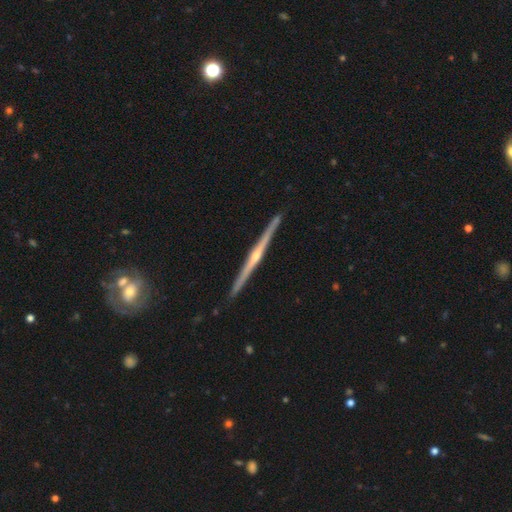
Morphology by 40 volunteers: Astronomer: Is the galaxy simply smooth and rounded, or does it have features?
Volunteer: featured or disk — 90%.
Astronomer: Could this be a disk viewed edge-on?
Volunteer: yes — 100%.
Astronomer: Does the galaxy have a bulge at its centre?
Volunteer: rounded — 92%.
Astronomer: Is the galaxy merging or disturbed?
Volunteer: none — 95%.